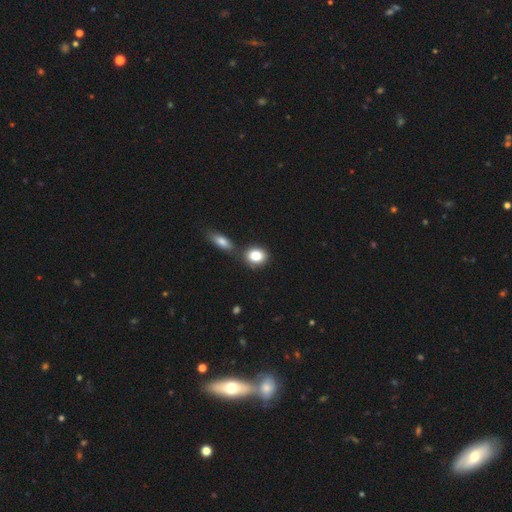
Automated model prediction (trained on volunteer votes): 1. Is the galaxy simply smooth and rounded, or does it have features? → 83% smooth, 9% star or artifact, 8% featured or disk.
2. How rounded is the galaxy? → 53% round, 45% in between, 2% cigar-shaped.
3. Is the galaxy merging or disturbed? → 65% none, 21% merger, 11% minor disturbance, 3% major disturbance.